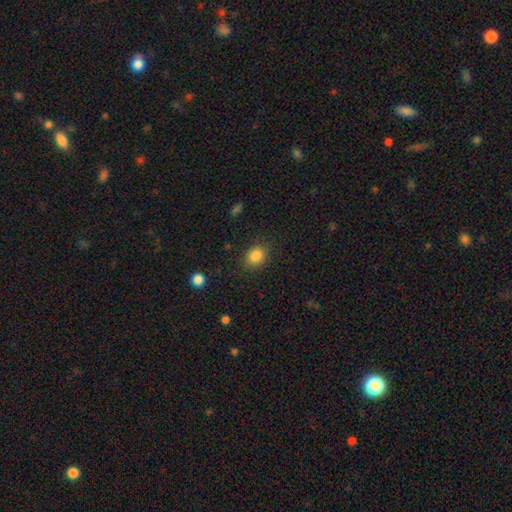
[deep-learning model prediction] Q: Smooth or featured?
A: smooth (85%); runner-up: star or artifact (10%)
Q: How rounded?
A: in between (50%); runner-up: round (49%)
Q: Merging?
A: none (85%); runner-up: minor disturbance (11%)